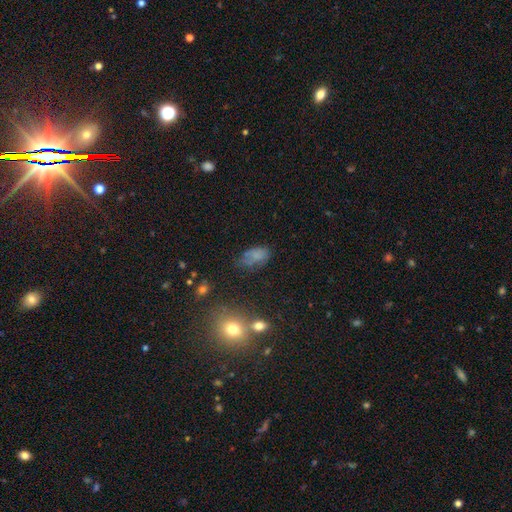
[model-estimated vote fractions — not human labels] Smooth or featured?
  - smooth: 66% *
  - featured or disk: 19%
  - star or artifact: 15%
How rounded?
  - in between: 89% *
  - round: 8%
  - cigar-shaped: 3%
Merging?
  - none: 46% *
  - minor disturbance: 30%
  - major disturbance: 18%
  - merger: 7%